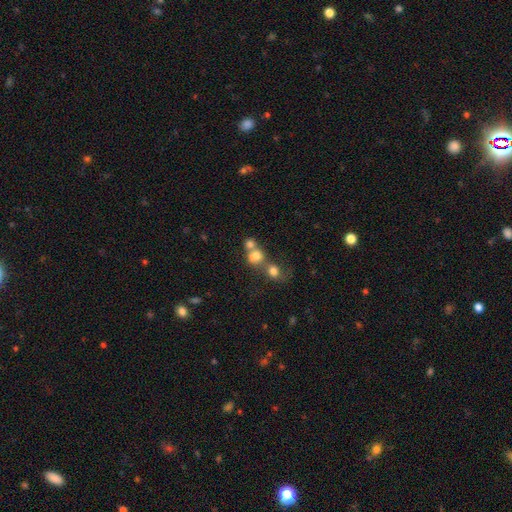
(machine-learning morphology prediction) Smooth or featured: smooth — 75% (star or artifact — 13%)
How rounded: round — 79% (in between — 20%)
Merging: merger — 55% (none — 34%)